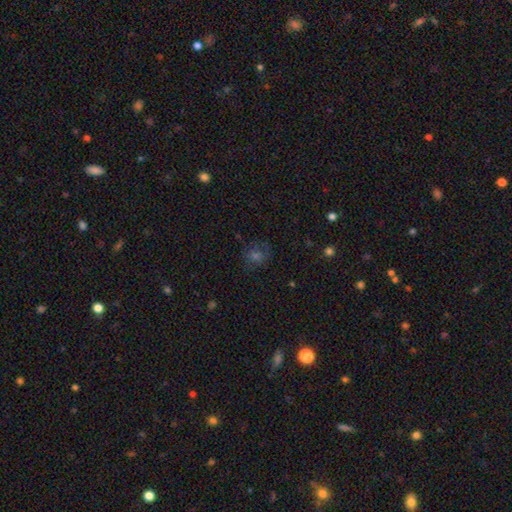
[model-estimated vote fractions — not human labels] smooth 45%, star or artifact 33%, featured or disk 22%. Down the decision tree: merging — none (75%).